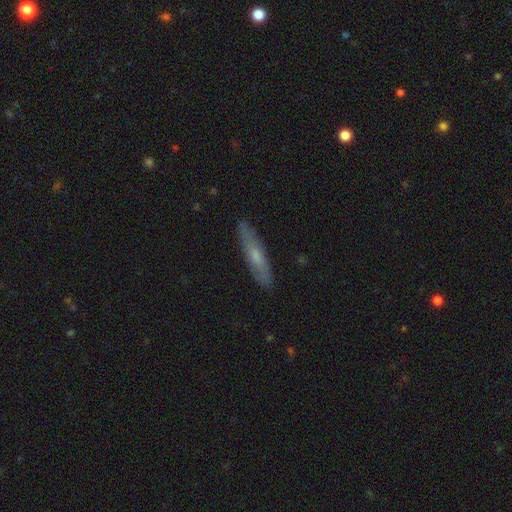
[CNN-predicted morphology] A smooth galaxy with no disk features (53%) that is cigar-shaped (83%). Merging: none (87%).